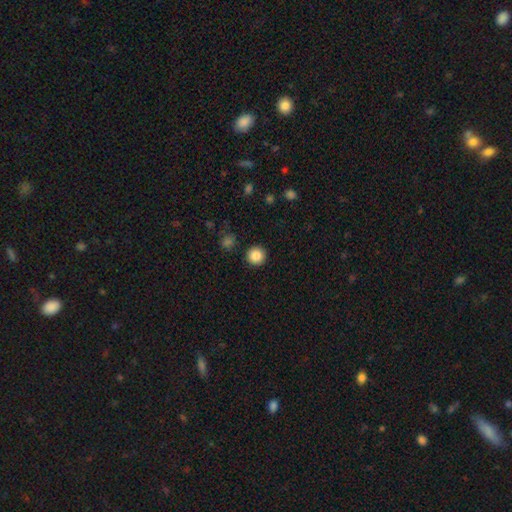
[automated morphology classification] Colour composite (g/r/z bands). It shows a smooth galaxy with no disk features (87%) that is round (95%). Merging: none (92%).